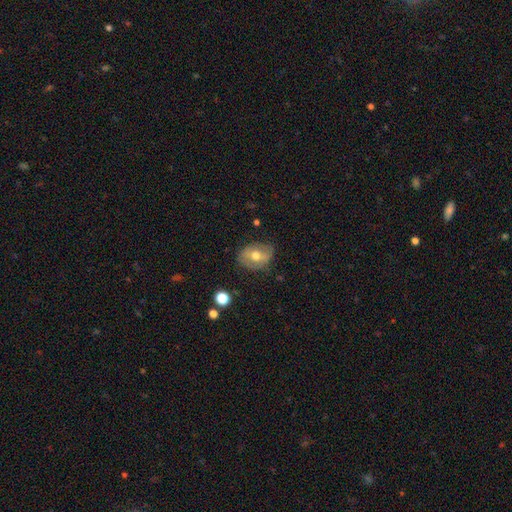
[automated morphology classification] This is possibly a smooth galaxy (52%). How rounded: likely in between (66%). Merging: likely none (71%).